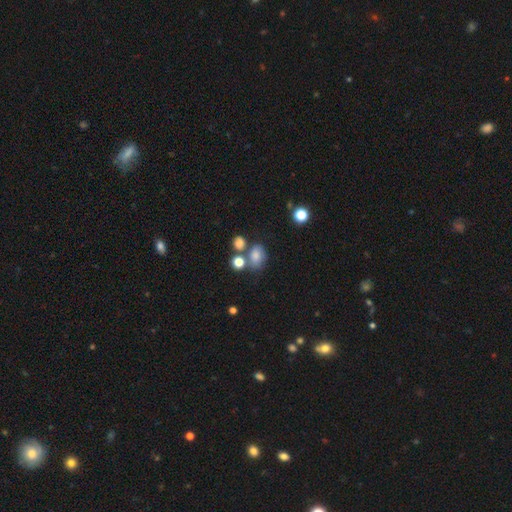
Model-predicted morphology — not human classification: smooth 76%, star or artifact 14%, featured or disk 10%. Down the decision tree: how rounded — in between (62%); merging — none (53%).